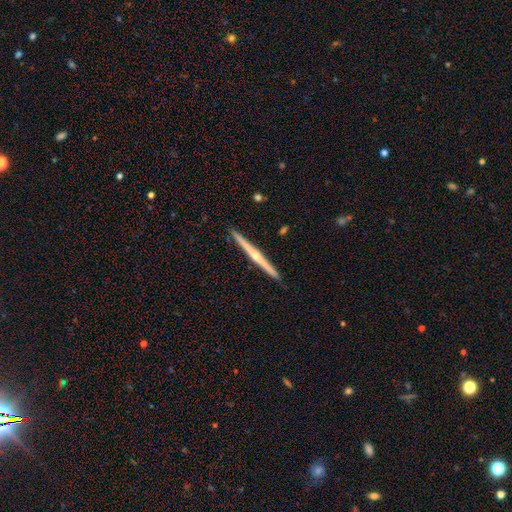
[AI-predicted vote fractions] Smooth or featured: featured or disk — 78% (smooth — 16%)
Edge-on disk: yes — 99% (no — 1%)
Edge-on bulge: rounded — 82% (none — 15%)
Merging: none — 93% (minor disturbance — 5%)